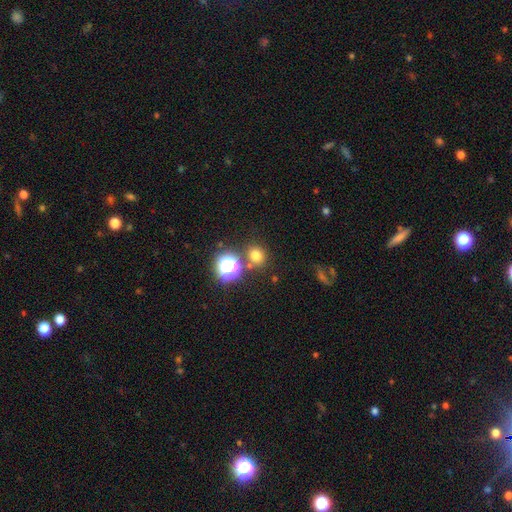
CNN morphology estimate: smooth 72%, star or artifact 22%, featured or disk 7%. Down the decision tree: how rounded — round (79%); merging — none (77%).